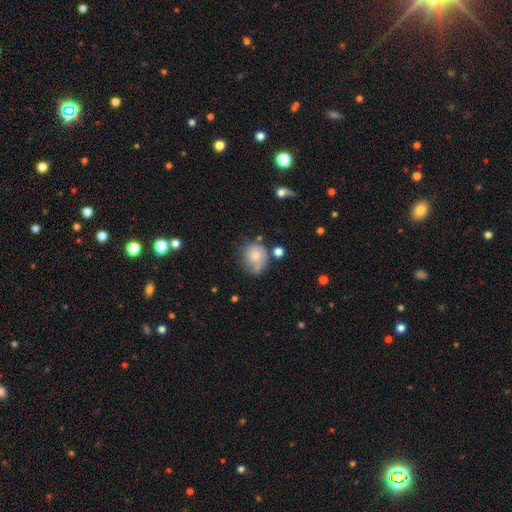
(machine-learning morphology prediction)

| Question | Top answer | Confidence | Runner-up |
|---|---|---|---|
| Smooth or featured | smooth | 71% | featured or disk (20%) |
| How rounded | round | 71% | in between (28%) |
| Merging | none | 45% | minor disturbance (29%) |